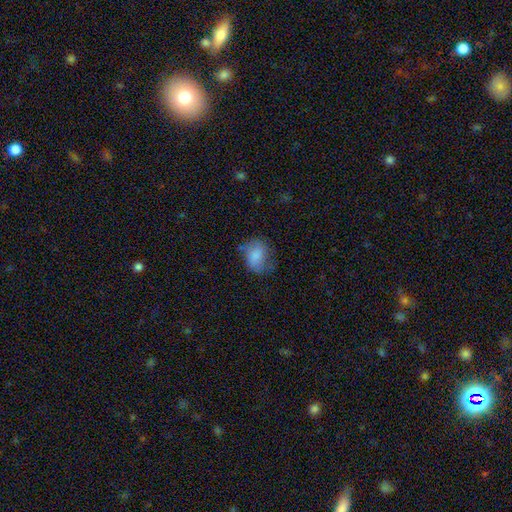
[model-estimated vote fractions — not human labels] smooth_or_featured: smooth (p=0.70) [alt: featured or disk p=0.20]
how_rounded: in between (p=0.61) [alt: round p=0.38]
merging: none (p=0.50) [alt: minor disturbance p=0.32]